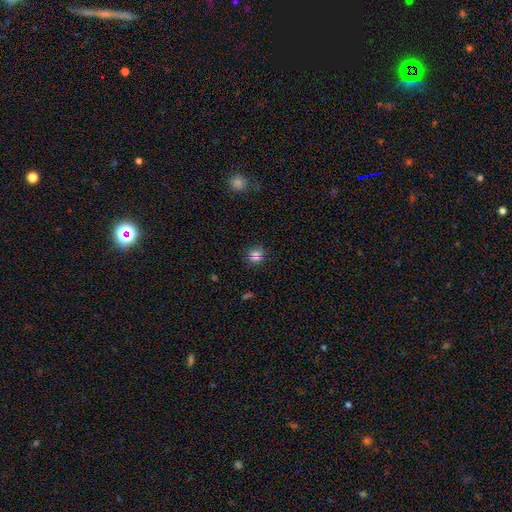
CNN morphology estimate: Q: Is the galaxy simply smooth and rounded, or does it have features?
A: smooth — 70%.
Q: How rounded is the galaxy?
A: round — 88%.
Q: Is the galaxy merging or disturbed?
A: none — 79%.